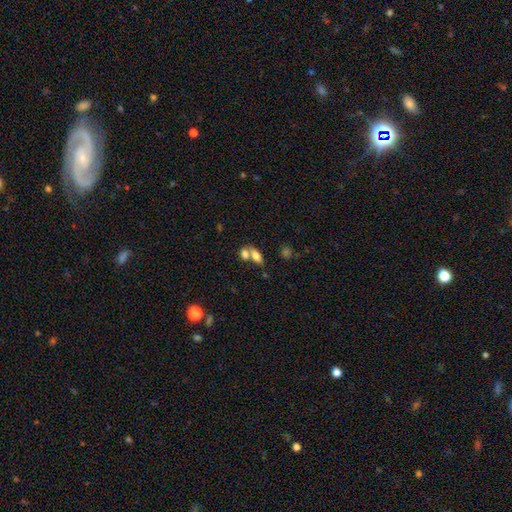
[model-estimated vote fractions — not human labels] A smooth galaxy with no disk features (74%) that is in between round and cigar-shaped (80%).

Vote fractions:
- Smooth or featured? smooth: 74% / featured or disk: 17% / star or artifact: 9%
- How rounded? in between: 80% / cigar-shaped: 11% / round: 9%
- Merging? merger: 51% / none: 37% / minor disturbance: 8% / major disturbance: 4%